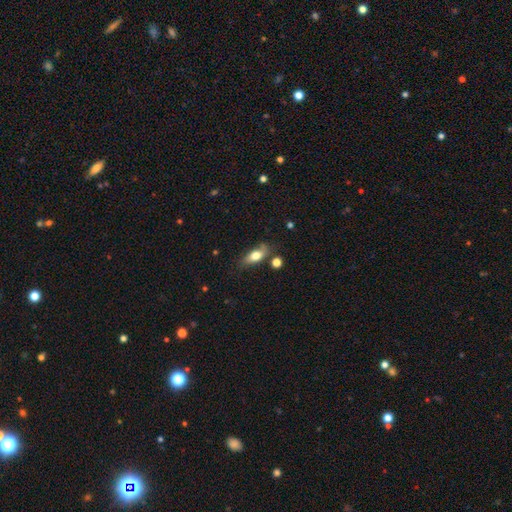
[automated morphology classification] smooth 69%, featured or disk 23%, star or artifact 7%. Down the decision tree: how rounded — in between (75%); merging — none (68%).